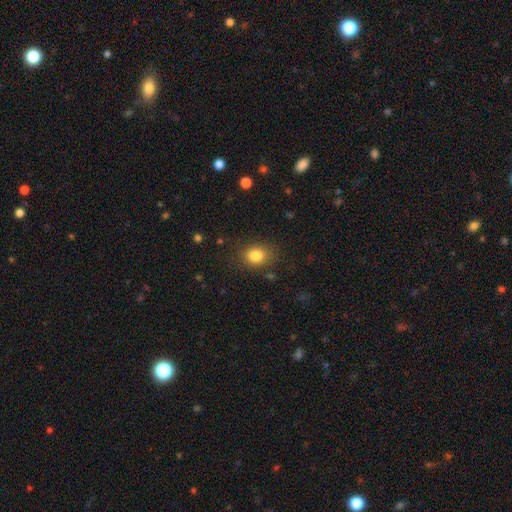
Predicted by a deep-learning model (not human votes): Smooth or featured? smooth (83%)
How rounded? in between (54%)
Merging? none (80%)